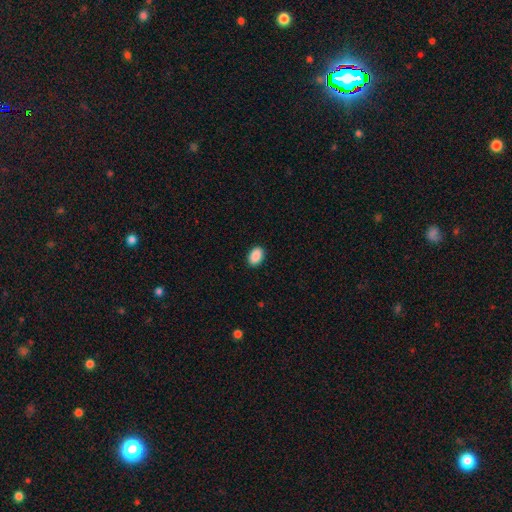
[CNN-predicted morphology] Q: Smooth or featured?
A: smooth (90%); runner-up: star or artifact (7%)
Q: How rounded?
A: in between (89%); runner-up: round (10%)
Q: Merging?
A: none (90%); runner-up: minor disturbance (7%)